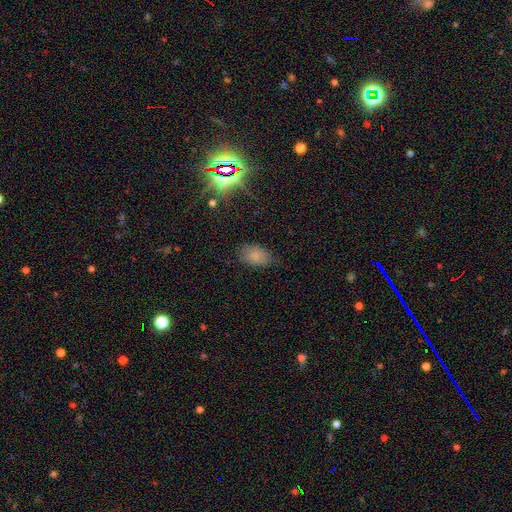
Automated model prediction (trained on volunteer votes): This appears to be a smooth galaxy with no disk features (79%) that is in between round and cigar-shaped (88%). Merging: none (78%).